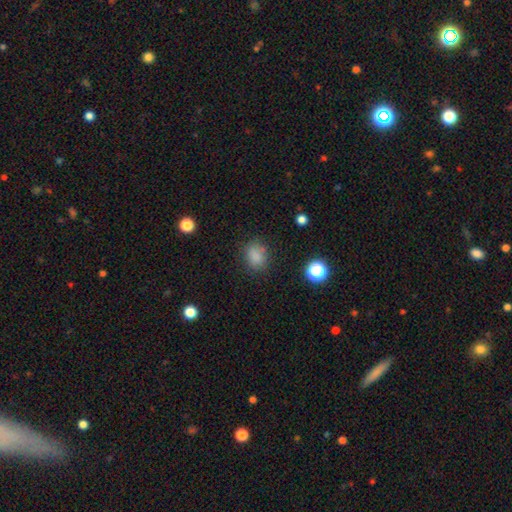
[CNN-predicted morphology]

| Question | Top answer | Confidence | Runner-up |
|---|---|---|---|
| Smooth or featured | smooth | 82% | star or artifact (13%) |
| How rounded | in between | 50% | round (49%) |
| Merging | none | 77% | minor disturbance (16%) |